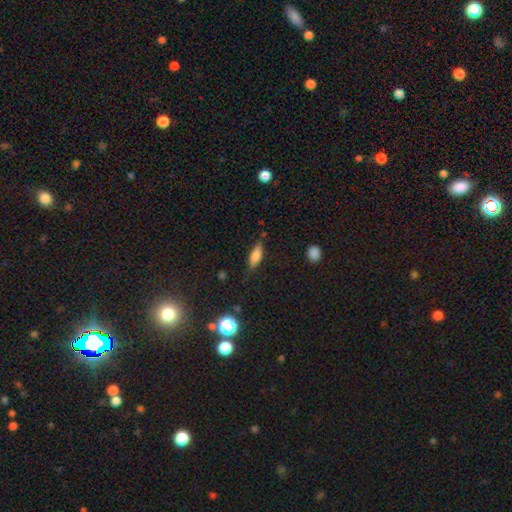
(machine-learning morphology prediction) smooth-or-featured: smooth: 73% | featured or disk: 17% | star or artifact: 9%
  how-rounded: in between: 58% | cigar-shaped: 38% | round: 3%
  merging: none: 76% | minor disturbance: 17% | major disturbance: 4% | merger: 2%